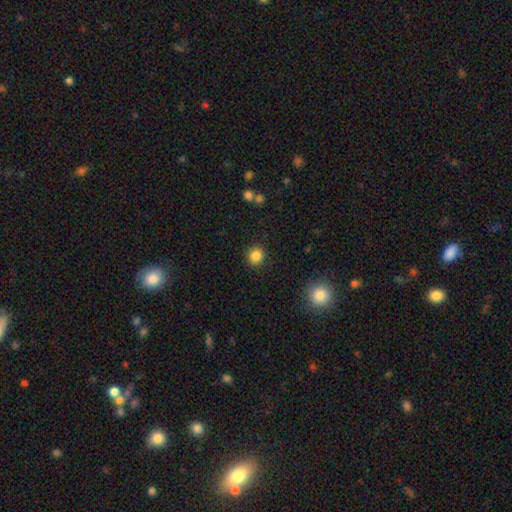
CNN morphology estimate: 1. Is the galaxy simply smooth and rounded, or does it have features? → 85% smooth, 11% star or artifact, 4% featured or disk.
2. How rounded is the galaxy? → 84% round, 15% in between, 1% cigar-shaped.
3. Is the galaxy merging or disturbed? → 90% none, 6% minor disturbance, 2% major disturbance, 1% merger.